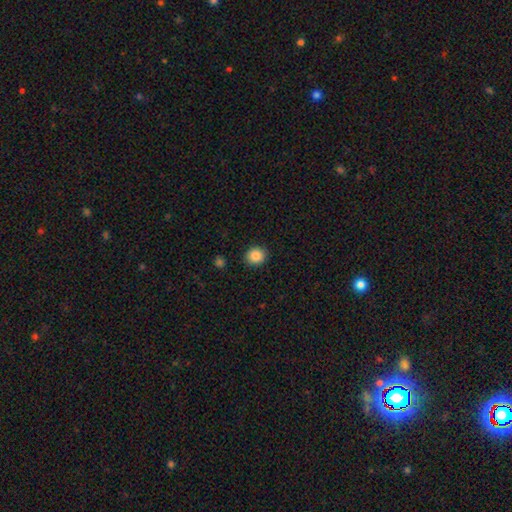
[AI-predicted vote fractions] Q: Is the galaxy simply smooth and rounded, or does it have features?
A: smooth — 87%.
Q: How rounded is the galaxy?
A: round — 83%.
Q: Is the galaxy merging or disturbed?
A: none — 91%.